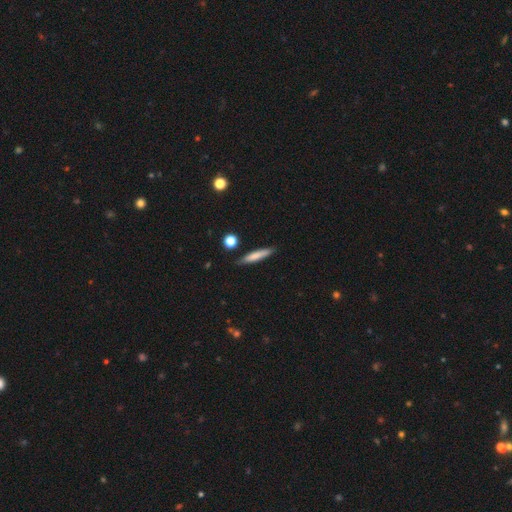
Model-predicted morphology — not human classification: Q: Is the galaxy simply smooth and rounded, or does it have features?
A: smooth — 71%.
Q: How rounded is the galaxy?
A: cigar-shaped — 89%.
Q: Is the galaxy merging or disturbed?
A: none — 85%.